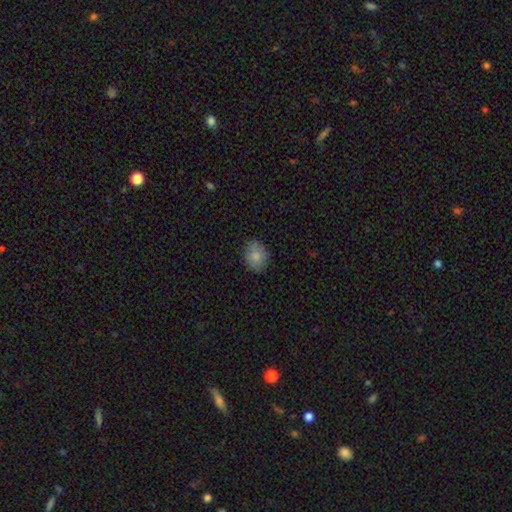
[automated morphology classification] smooth-or-featured: smooth: 85% | star or artifact: 8% | featured or disk: 6%
  how-rounded: in between: 52% | round: 47% | cigar-shaped: 1%
  merging: none: 81% | minor disturbance: 15% | major disturbance: 3% | merger: 1%